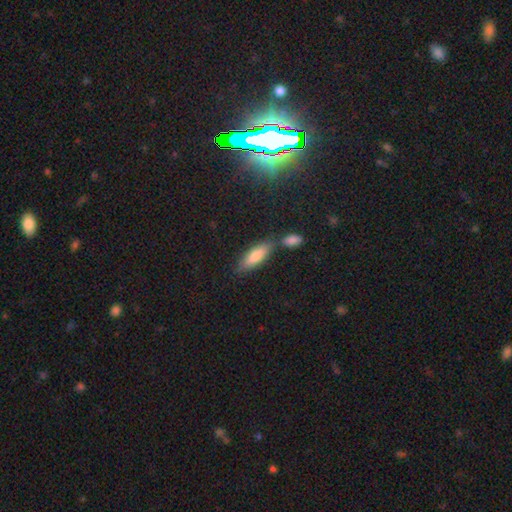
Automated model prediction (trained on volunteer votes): Overall: smooth (77%). How rounded: in between (56%; cigar-shaped 41%). Merging: none (67%).